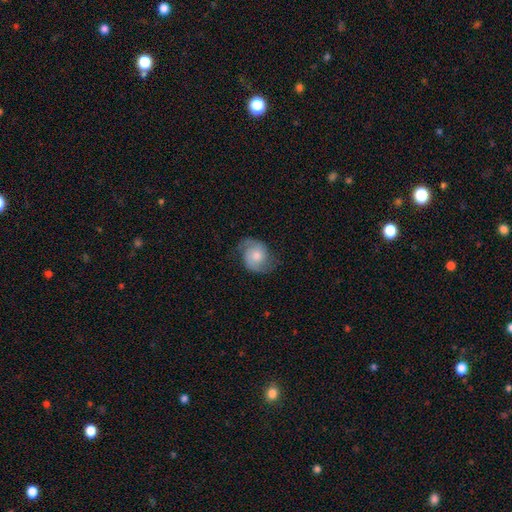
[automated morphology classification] Smooth or featured? featured or disk (66%)
Edge-on disk? no (98%)
Bar? no (72%)
Spiral arms? yes (93%)
Spiral winding? medium (47%)
Spiral arm count? 2 (91%)
Bulge size? moderate (58%)
Merging? none (70%)